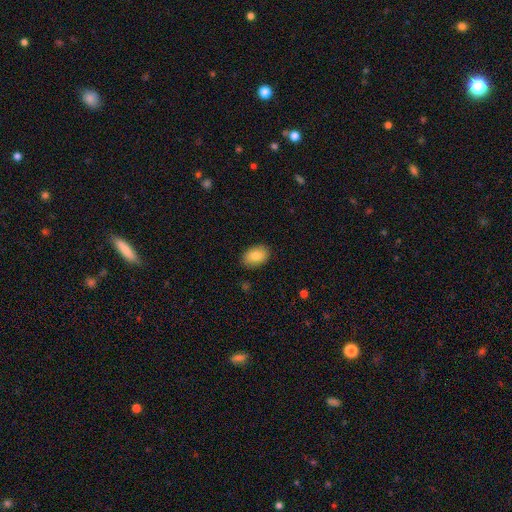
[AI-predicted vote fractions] A smooth galaxy with no disk features (82%) that is in between round and cigar-shaped (86%).

Vote fractions:
- Smooth or featured? smooth: 82% / featured or disk: 11% / star or artifact: 7%
- How rounded? in between: 86% / round: 13% / cigar-shaped: 1%
- Merging? none: 88% / minor disturbance: 9% / major disturbance: 2% / merger: 1%